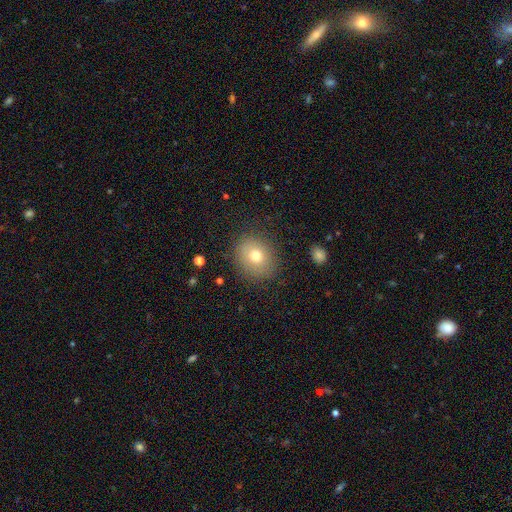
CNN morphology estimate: smooth-or-featured: smooth: 74% | featured or disk: 14% | star or artifact: 11%
  how-rounded: round: 70% | in between: 29% | cigar-shaped: 1%
  merging: none: 83% | minor disturbance: 11% | major disturbance: 4% | merger: 1%